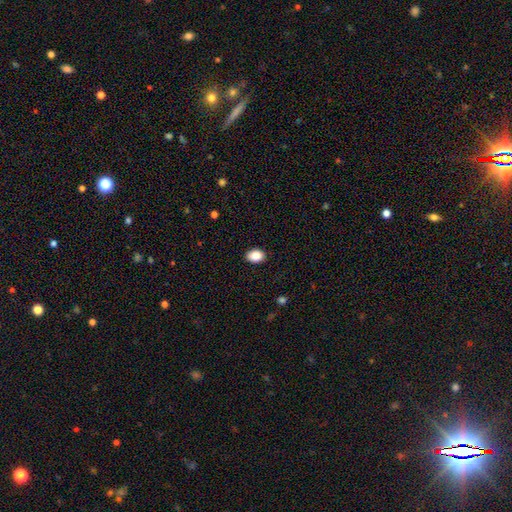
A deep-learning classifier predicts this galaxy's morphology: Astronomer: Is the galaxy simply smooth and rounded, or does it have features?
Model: smooth — 89%.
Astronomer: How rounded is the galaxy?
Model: in between — 78%.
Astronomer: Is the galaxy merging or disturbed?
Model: none — 88%.